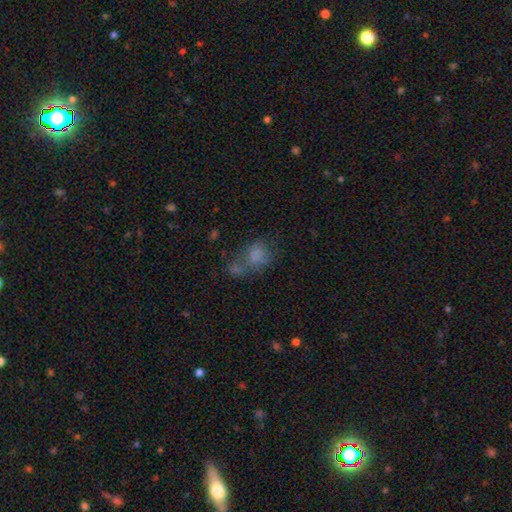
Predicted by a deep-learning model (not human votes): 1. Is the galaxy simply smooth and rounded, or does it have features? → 69% smooth, 16% star or artifact, 15% featured or disk.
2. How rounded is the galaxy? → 57% in between, 41% round, 2% cigar-shaped.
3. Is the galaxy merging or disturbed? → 40% merger, 29% none, 15% minor disturbance, 15% major disturbance.